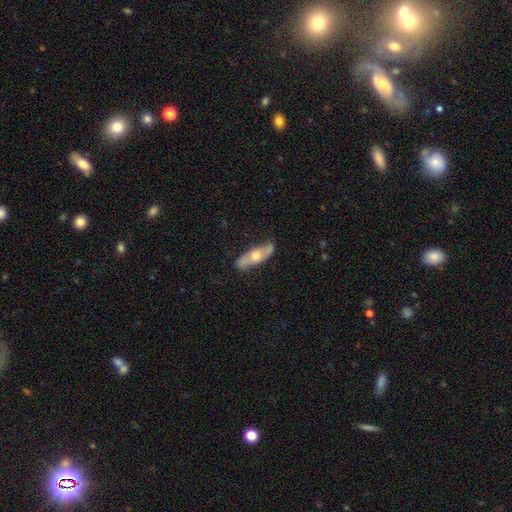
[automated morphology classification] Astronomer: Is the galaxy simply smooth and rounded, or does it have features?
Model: featured or disk — 51% (runner-up: smooth, 44%).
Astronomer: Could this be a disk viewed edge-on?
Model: no — 51% (runner-up: yes, 49%).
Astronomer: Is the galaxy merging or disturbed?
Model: none — 75%.